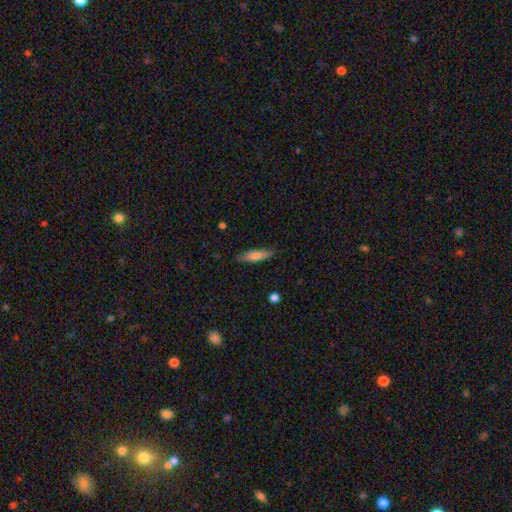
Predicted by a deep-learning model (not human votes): A smooth galaxy with no disk features (70%) that is cigar-shaped (73%). Merging: none (86%).